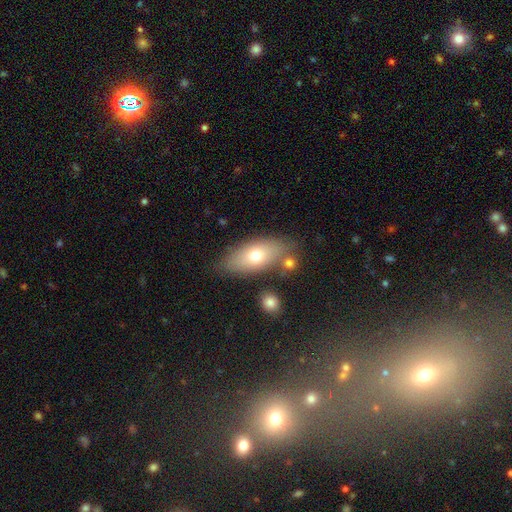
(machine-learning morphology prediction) Smooth or featured? Predicted: smooth (p=0.70). How rounded? Predicted: in between (p=0.84). Merging? Predicted: none (p=0.70).